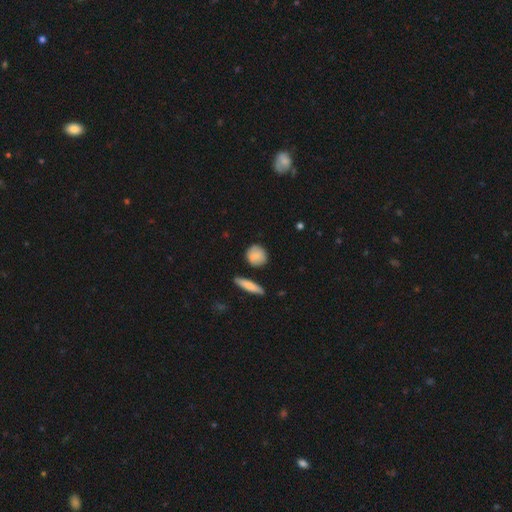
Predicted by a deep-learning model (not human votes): smooth_or_featured: smooth (p=0.82) [alt: featured or disk p=0.12]
how_rounded: round (p=0.77) [alt: in between p=0.18]
merging: none (p=0.79) [alt: minor disturbance p=0.14]